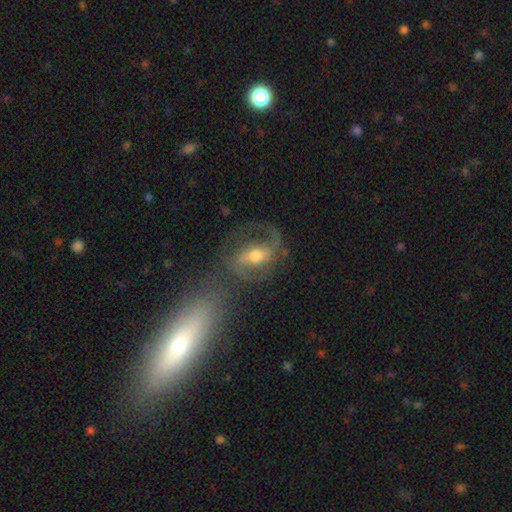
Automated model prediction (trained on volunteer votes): Smooth or featured: featured or disk — 80% (smooth — 13%)
Edge-on disk: no — 96% (yes — 4%)
Bar: strong — 42% (weak — 40%)
Spiral arms: yes — 90% (no — 10%)
Spiral winding: medium — 52% (loose — 30%)
Spiral arm count: 2 — 84% (1 — 6%)
Bulge size: moderate — 72% (small — 17%)
Merging: none — 54% (minor disturbance — 16%)